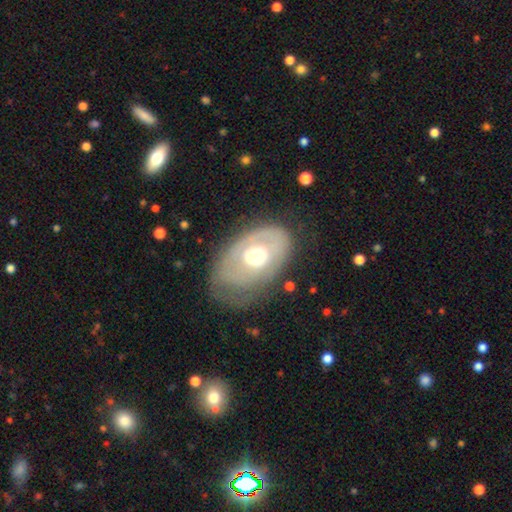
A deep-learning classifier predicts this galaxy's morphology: Smooth or featured: featured or disk — 57% (smooth — 36%)
Edge-on disk: no — 92% (yes — 8%)
Bar: no — 86% (weak — 11%)
Spiral arms: no — 61% (yes — 39%)
Bulge size: moderate — 67% (large — 22%)
Merging: none — 52% (minor disturbance — 28%)